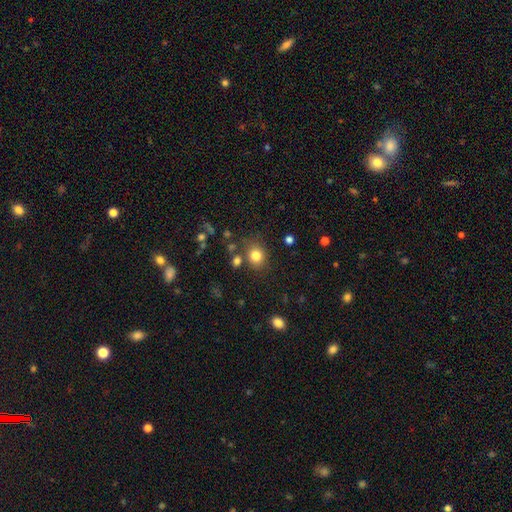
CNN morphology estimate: Q: Smooth or featured?
A: smooth (81%); runner-up: star or artifact (12%)
Q: How rounded?
A: round (71%); runner-up: in between (28%)
Q: Merging?
A: none (75%); runner-up: minor disturbance (13%)